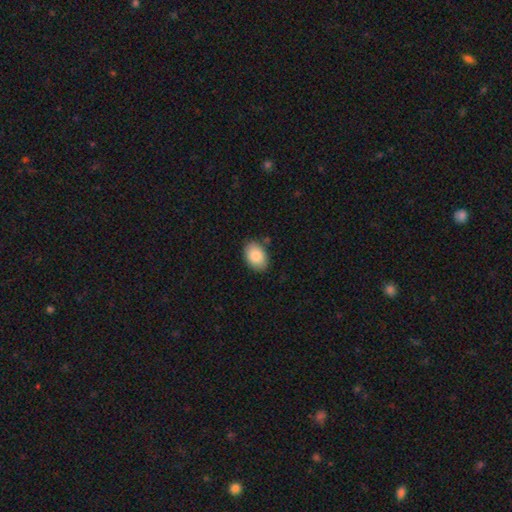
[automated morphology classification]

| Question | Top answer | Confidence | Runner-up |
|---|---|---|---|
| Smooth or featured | smooth | 87% | featured or disk (6%) |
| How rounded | in between | 88% | round (11%) |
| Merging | none | 85% | minor disturbance (11%) |